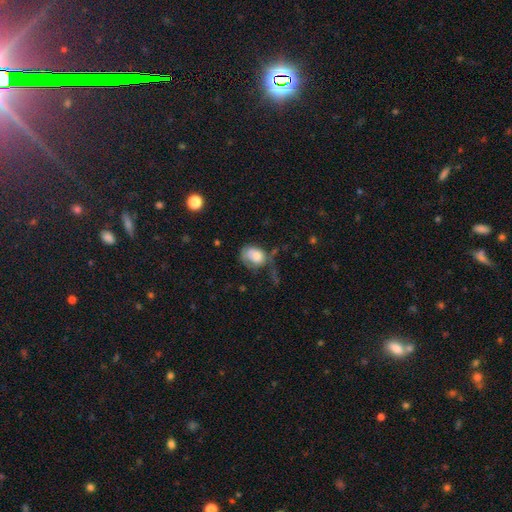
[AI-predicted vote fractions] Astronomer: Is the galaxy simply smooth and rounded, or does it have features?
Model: smooth — 68%.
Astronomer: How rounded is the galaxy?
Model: in between — 64%.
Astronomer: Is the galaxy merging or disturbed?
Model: major disturbance — 42% (runner-up: minor disturbance, 26%).